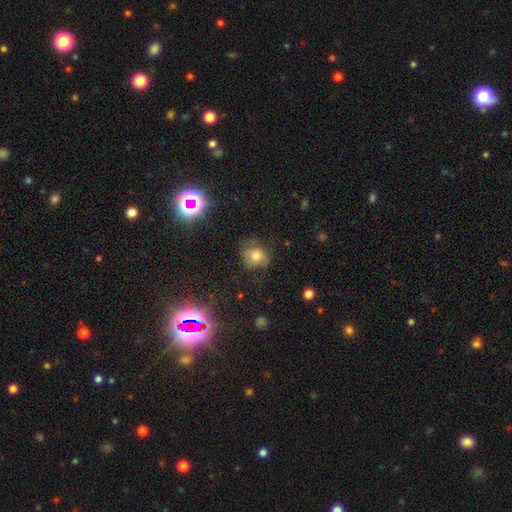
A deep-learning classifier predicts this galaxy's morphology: A smooth galaxy with no disk features (65%) that is round (70%). Merging: none (61%).